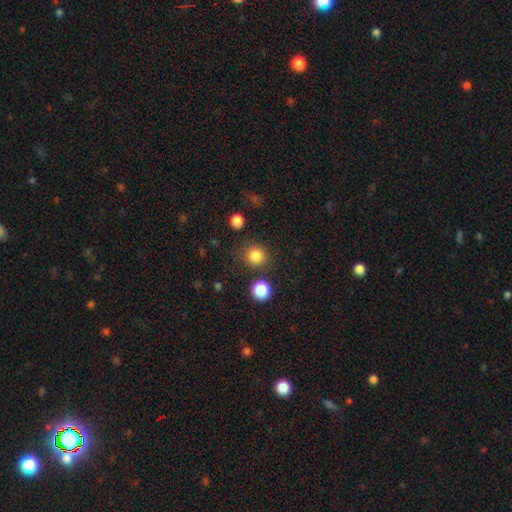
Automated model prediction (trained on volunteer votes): smooth-or-featured: smooth: 84% | star or artifact: 12% | featured or disk: 4%
  how-rounded: round: 90% | in between: 9% | cigar-shaped: 1%
  merging: none: 80% | minor disturbance: 9% | merger: 6% | major disturbance: 4%